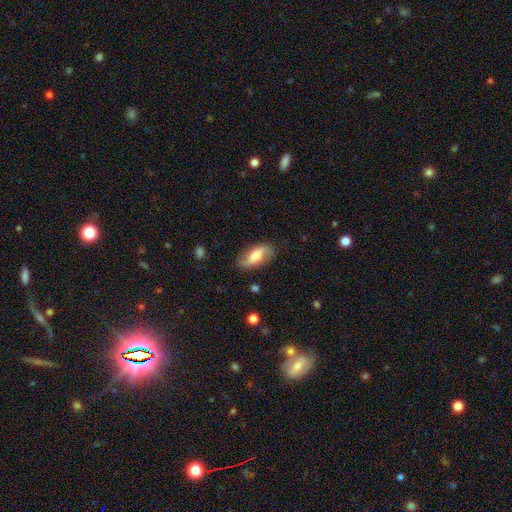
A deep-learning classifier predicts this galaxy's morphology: The model was most divided on "smooth or featured": smooth: 58%, featured or disk: 35%, star or artifact: 6%. More confident: how rounded — in between (85%); merging — none (80%).